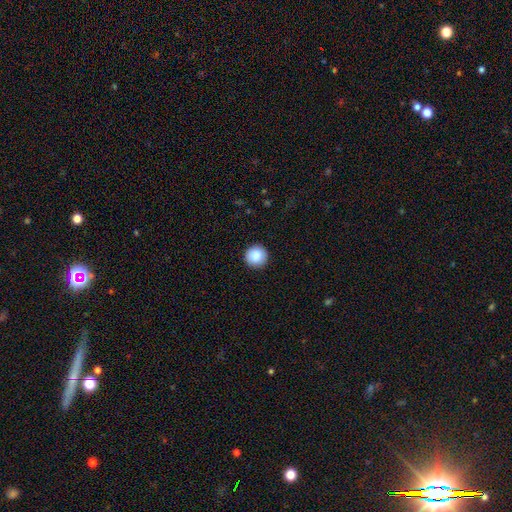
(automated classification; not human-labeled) The model was most divided on "smooth or featured": smooth: 89%, star or artifact: 8%, featured or disk: 4%. More confident: how rounded — round (96%); merging — none (92%).